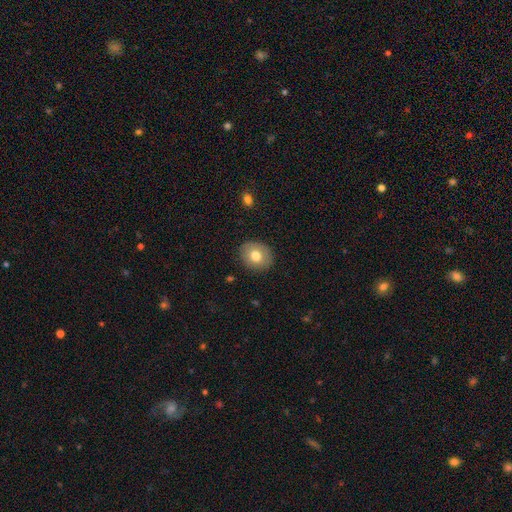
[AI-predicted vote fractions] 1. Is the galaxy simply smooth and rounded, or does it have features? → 75% smooth, 17% featured or disk, 8% star or artifact.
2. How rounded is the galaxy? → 61% round, 38% in between, 1% cigar-shaped.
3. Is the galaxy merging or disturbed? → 87% none, 9% minor disturbance, 3% major disturbance, 1% merger.